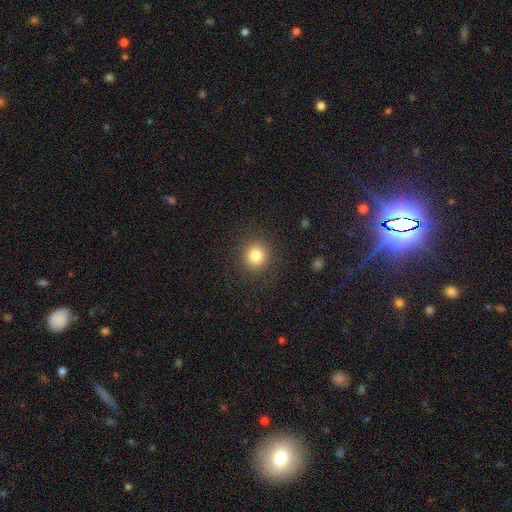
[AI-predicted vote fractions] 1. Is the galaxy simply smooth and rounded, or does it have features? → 81% smooth, 12% star or artifact, 7% featured or disk.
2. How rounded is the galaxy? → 88% round, 11% in between, 1% cigar-shaped.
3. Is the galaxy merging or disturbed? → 88% none, 7% minor disturbance, 3% major disturbance, 1% merger.